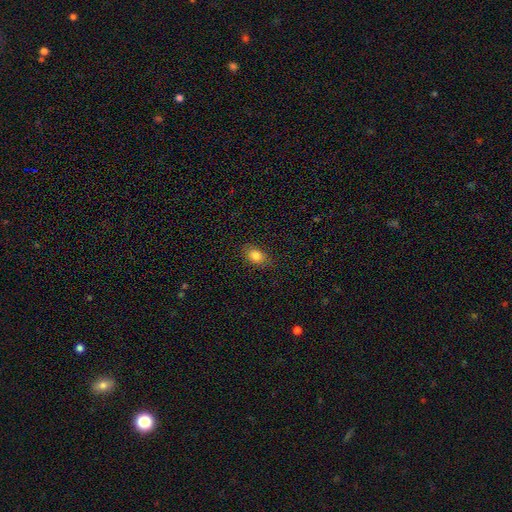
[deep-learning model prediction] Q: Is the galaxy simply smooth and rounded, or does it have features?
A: smooth — 83%.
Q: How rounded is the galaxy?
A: in between — 76%.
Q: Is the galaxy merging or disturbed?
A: none — 84%.